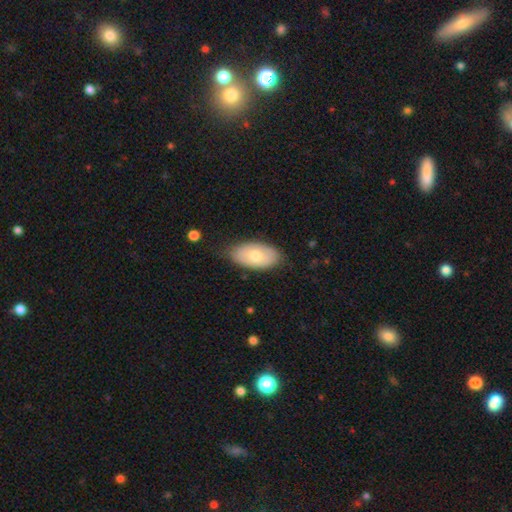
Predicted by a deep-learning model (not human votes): Q: Smooth or featured?
A: smooth (69%); runner-up: featured or disk (25%)
Q: How rounded?
A: in between (94%); runner-up: round (4%)
Q: Merging?
A: none (76%); runner-up: minor disturbance (20%)